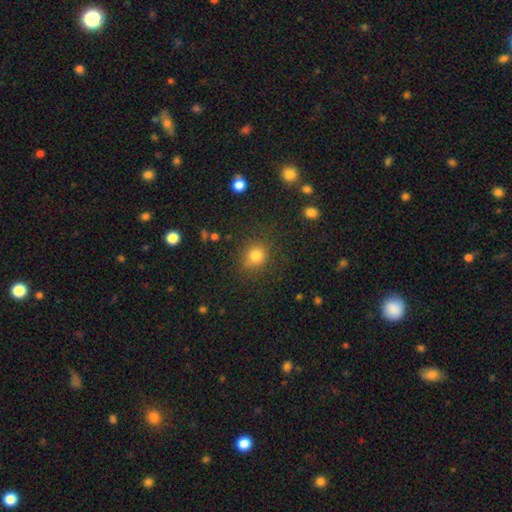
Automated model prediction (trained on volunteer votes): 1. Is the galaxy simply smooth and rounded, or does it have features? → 80% smooth, 14% star or artifact, 6% featured or disk.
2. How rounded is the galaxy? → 85% round, 14% in between, 1% cigar-shaped.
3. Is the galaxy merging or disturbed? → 83% none, 11% minor disturbance, 4% major disturbance, 3% merger.